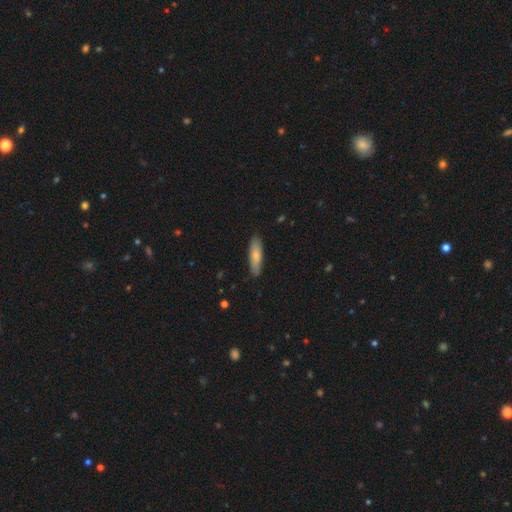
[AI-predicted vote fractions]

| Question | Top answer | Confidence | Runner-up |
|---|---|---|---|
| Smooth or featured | smooth | 79% | featured or disk (15%) |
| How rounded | cigar-shaped | 64% | in between (35%) |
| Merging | none | 86% | minor disturbance (11%) |